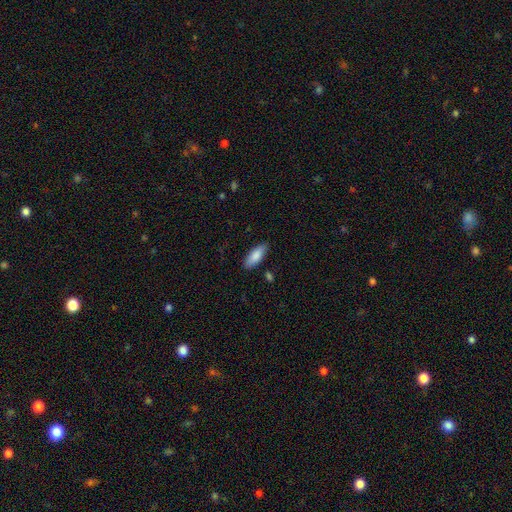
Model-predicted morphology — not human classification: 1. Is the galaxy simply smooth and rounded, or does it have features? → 85% smooth, 9% featured or disk, 6% star or artifact.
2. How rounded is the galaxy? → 73% in between, 26% cigar-shaped, 2% round.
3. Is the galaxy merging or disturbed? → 85% none, 11% minor disturbance, 2% major disturbance, 2% merger.